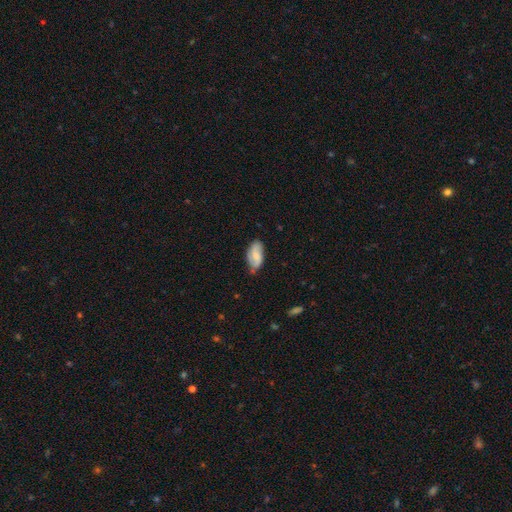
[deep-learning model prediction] smooth-or-featured: smooth: 57% | featured or disk: 35% | star or artifact: 7%
  how-rounded: in between: 92% | cigar-shaped: 5% | round: 3%
  merging: none: 64% | minor disturbance: 28% | major disturbance: 6% | merger: 2%